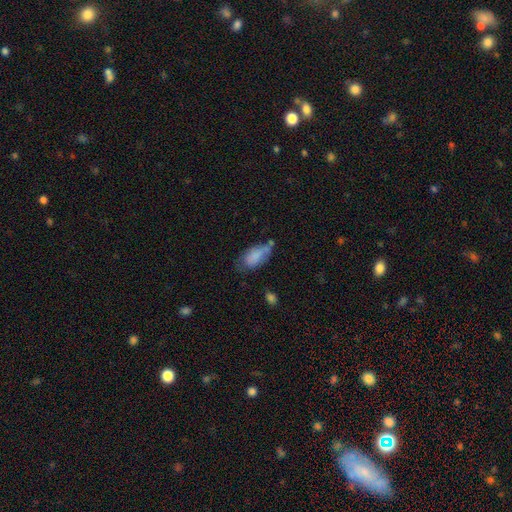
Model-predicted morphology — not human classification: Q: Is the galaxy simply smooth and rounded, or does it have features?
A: smooth — 75%.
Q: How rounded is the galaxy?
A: in between — 90%.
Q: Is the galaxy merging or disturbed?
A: none — 39%.